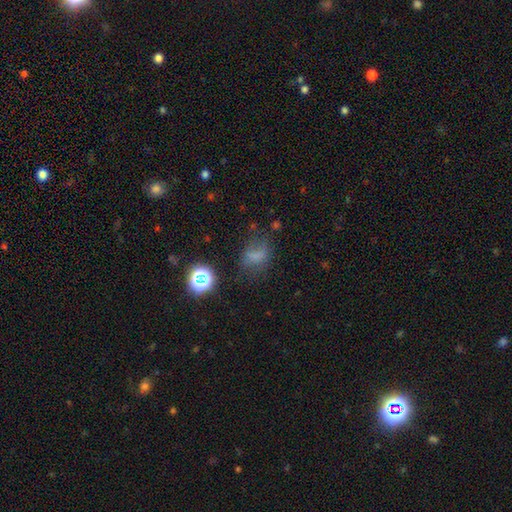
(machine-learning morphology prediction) This appears to be a smooth galaxy with no disk features (58%) that is in between round and cigar-shaped (60%). Merging: none (49%).